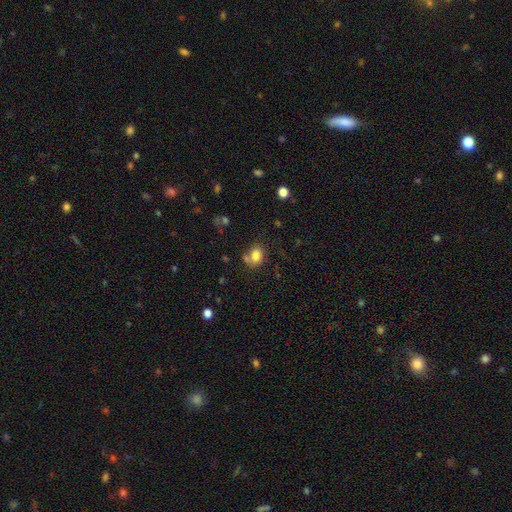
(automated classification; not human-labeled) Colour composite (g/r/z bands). It shows a smooth galaxy with no disk features (79%) that is in between round and cigar-shaped (50%). Merging: none (57%).